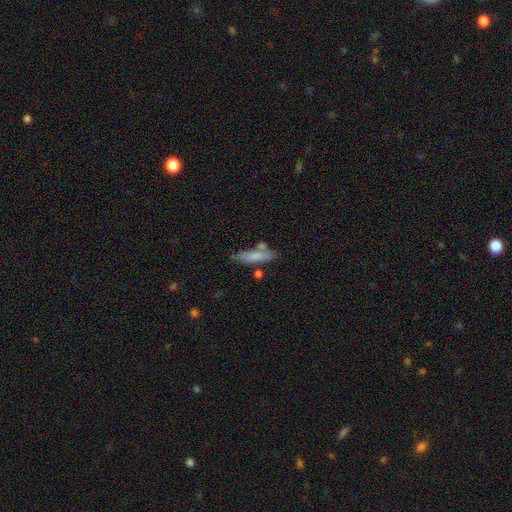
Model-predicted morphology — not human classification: Smooth or featured? Predicted: smooth (p=0.76). How rounded? Predicted: cigar-shaped (p=0.67). Merging? Predicted: none (p=0.64).